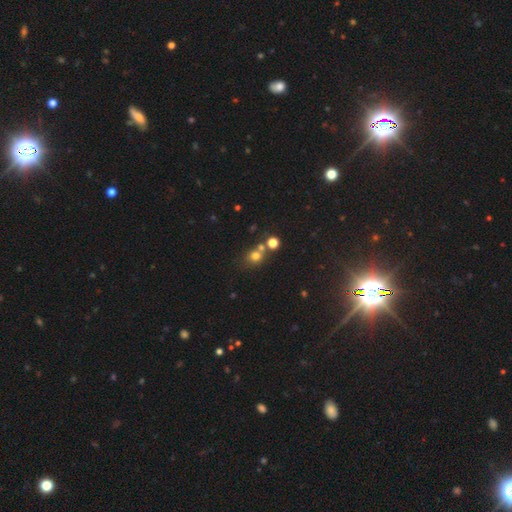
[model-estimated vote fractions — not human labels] Morphology: type=smooth (70%); roundness=round (74%); merging=none (53%).